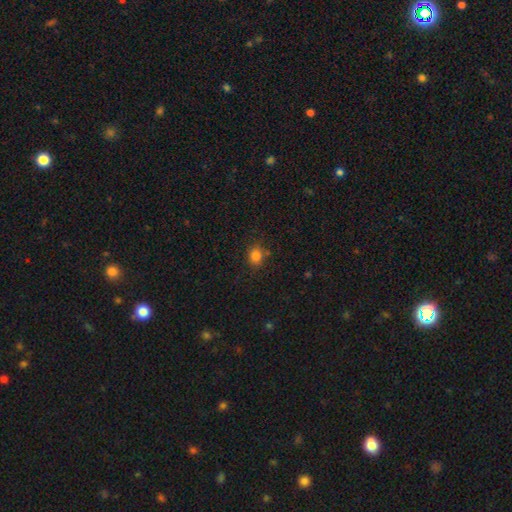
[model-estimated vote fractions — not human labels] Q: Smooth or featured?
A: smooth (82%); runner-up: star or artifact (13%)
Q: How rounded?
A: round (60%); runner-up: in between (39%)
Q: Merging?
A: none (80%); runner-up: minor disturbance (13%)